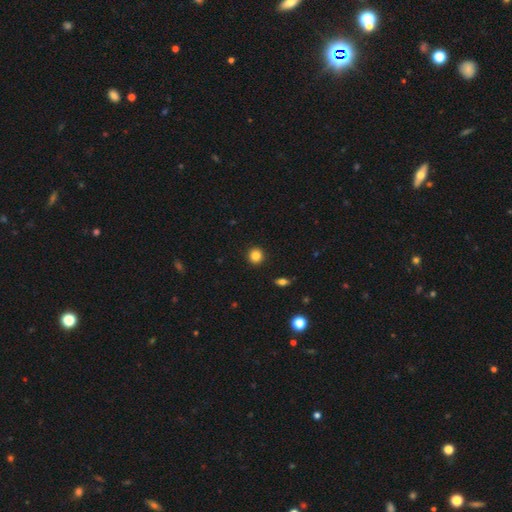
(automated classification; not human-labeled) Overall: smooth (84%). How rounded: round (92%). Merging: none (93%).